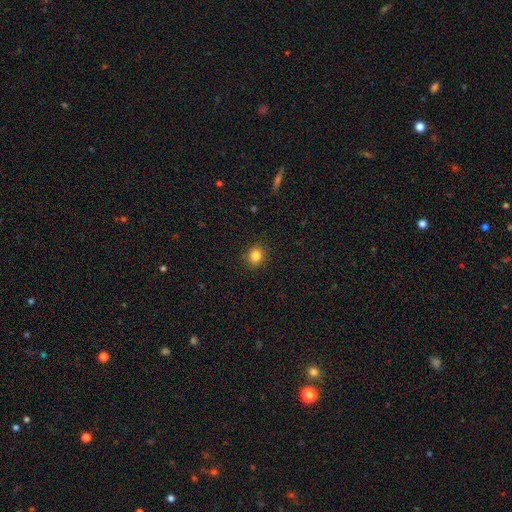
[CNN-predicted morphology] Smooth or featured? smooth (83%)
How rounded? round (77%)
Merging? none (90%)